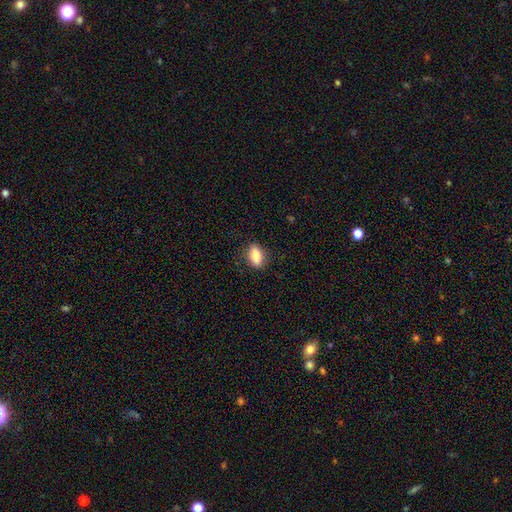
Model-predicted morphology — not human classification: This appears to be a smooth galaxy with no disk features (83%) that is in between round and cigar-shaped (80%). Merging: none (85%).